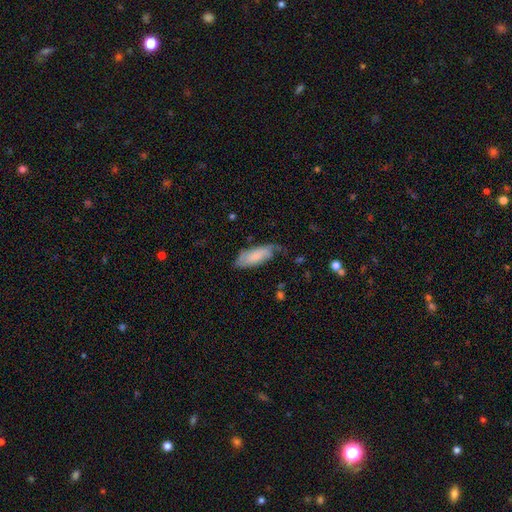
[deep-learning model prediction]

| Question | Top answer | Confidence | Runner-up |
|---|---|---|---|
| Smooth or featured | smooth | 68% | featured or disk (26%) |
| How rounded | in between | 72% | cigar-shaped (26%) |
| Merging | none | 53% | minor disturbance (33%) |